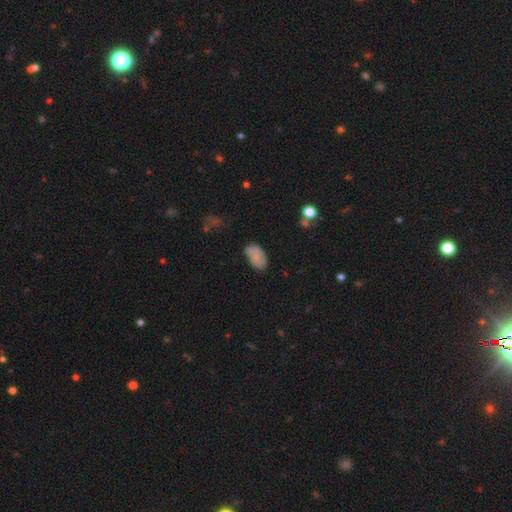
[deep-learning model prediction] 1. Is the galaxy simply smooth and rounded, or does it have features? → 68% smooth, 23% featured or disk, 9% star or artifact.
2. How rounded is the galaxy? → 92% in between, 6% round, 2% cigar-shaped.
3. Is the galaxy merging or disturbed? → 61% none, 27% minor disturbance, 8% major disturbance, 5% merger.